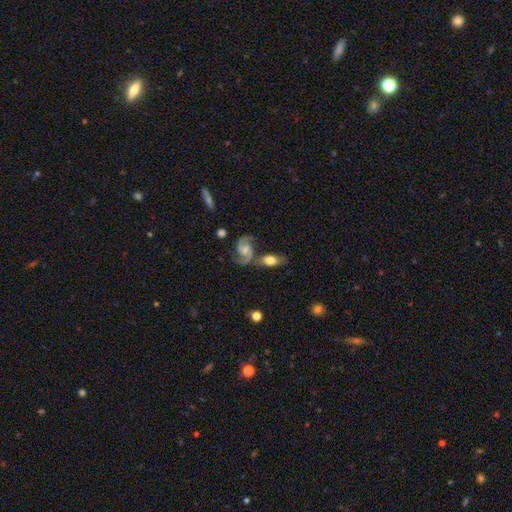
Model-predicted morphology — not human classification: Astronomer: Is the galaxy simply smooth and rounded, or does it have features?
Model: star or artifact — 51% (runner-up: smooth, 32%).